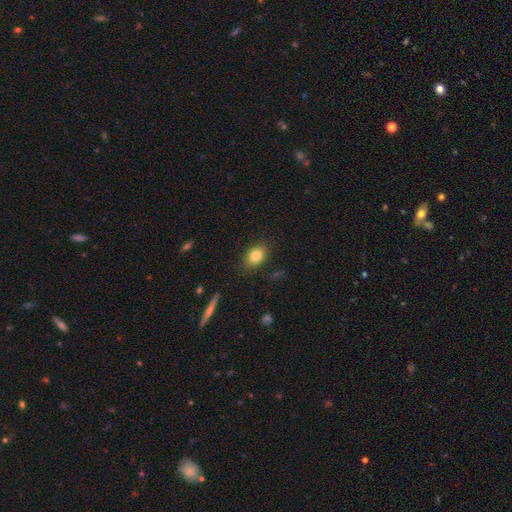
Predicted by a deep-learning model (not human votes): smooth-or-featured: smooth: 82% | featured or disk: 9% | star or artifact: 9%
  how-rounded: in between: 73% | round: 25% | cigar-shaped: 2%
  merging: none: 86% | minor disturbance: 10% | major disturbance: 2% | merger: 1%